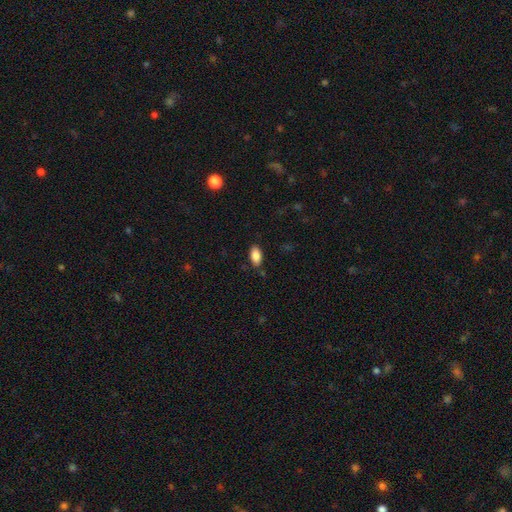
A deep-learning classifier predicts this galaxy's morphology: Overall: smooth (87%). How rounded: in between (92%). Merging: none (84%).